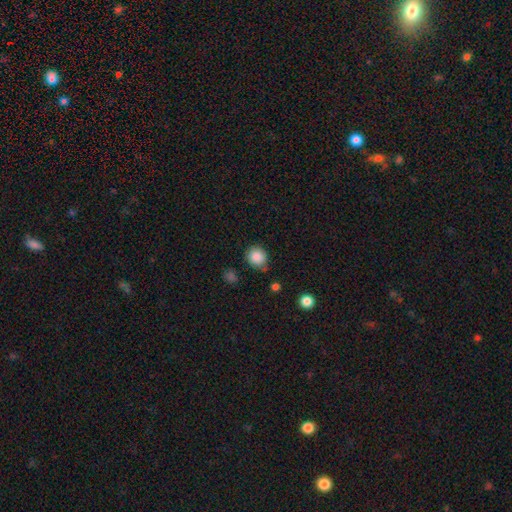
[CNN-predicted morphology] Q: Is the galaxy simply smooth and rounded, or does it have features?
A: smooth — 87%.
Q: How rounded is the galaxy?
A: round — 84%.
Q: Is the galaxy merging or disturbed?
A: none — 76%.